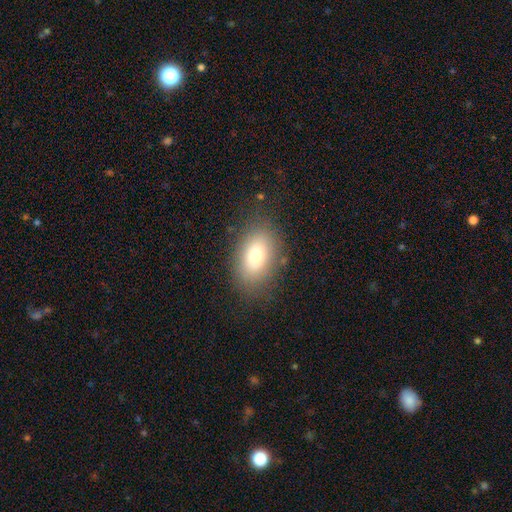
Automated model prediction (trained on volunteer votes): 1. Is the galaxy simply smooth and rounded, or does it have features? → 75% smooth, 14% featured or disk, 10% star or artifact.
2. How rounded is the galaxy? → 86% in between, 12% round, 2% cigar-shaped.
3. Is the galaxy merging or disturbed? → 82% none, 12% minor disturbance, 5% major disturbance, 2% merger.